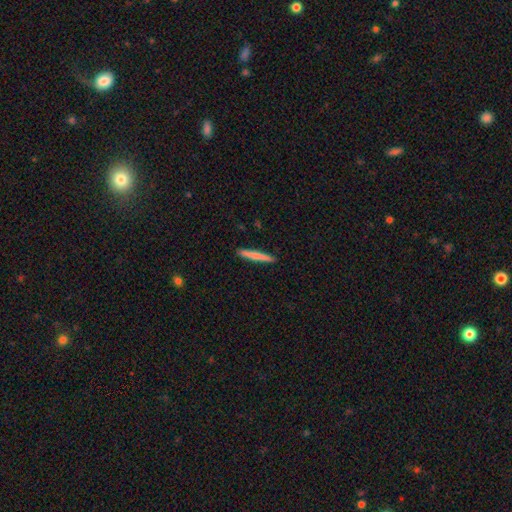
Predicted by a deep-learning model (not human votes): Smooth or featured: smooth — 71% (featured or disk — 23%)
How rounded: cigar-shaped — 95% (in between — 3%)
Merging: none — 91% (minor disturbance — 6%)